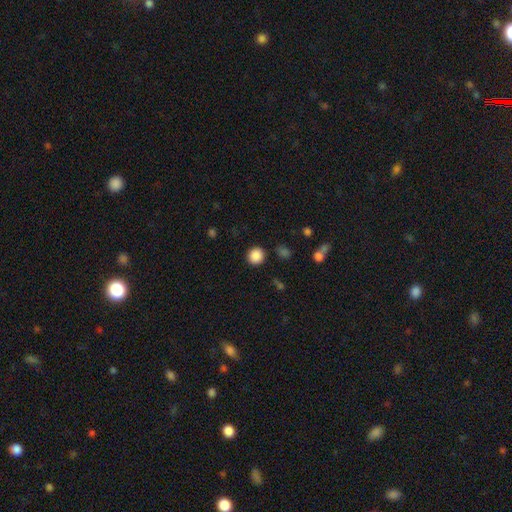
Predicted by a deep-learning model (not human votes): The model was most divided on "smooth or featured": smooth: 87%, star or artifact: 10%, featured or disk: 3%. More confident: how rounded — round (92%); merging — none (90%).